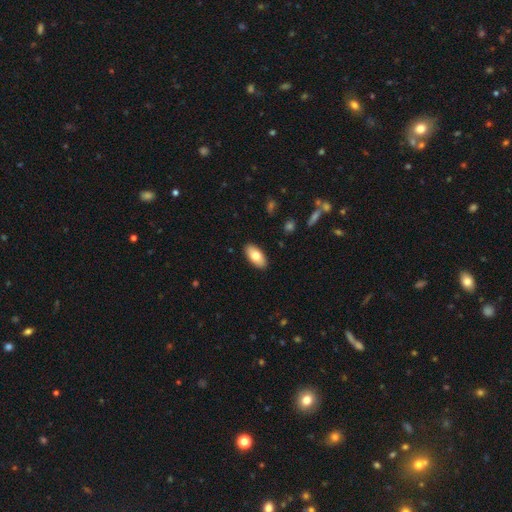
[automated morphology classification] A smooth galaxy with no disk features (76%) that is in between round and cigar-shaped (92%).

Vote fractions:
- Smooth or featured? smooth: 76% / featured or disk: 18% / star or artifact: 6%
- How rounded? in between: 92% / cigar-shaped: 5% / round: 3%
- Merging? none: 89% / minor disturbance: 8% / major disturbance: 2% / merger: 1%